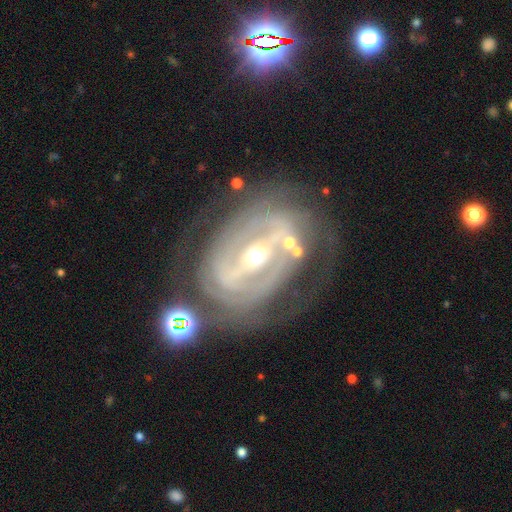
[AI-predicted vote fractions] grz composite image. It shows a featured or disk galaxy (88%) with a strong bar (65%), tight (65%) spiral arms (84%) and a small central bulge (59%). Merging: none (64%).